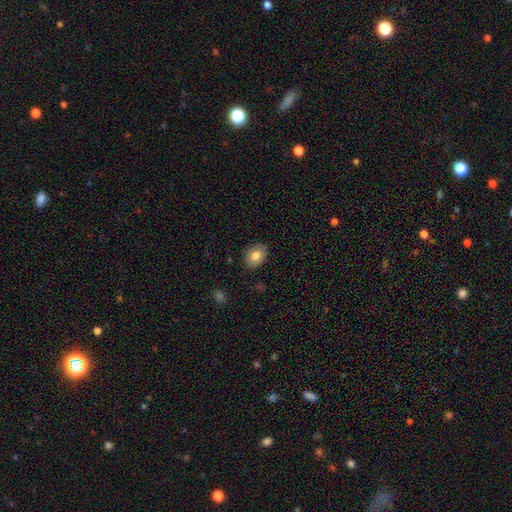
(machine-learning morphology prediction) Q: Smooth or featured?
A: smooth (81%); runner-up: featured or disk (12%)
Q: How rounded?
A: in between (75%); runner-up: round (24%)
Q: Merging?
A: none (86%); runner-up: minor disturbance (11%)